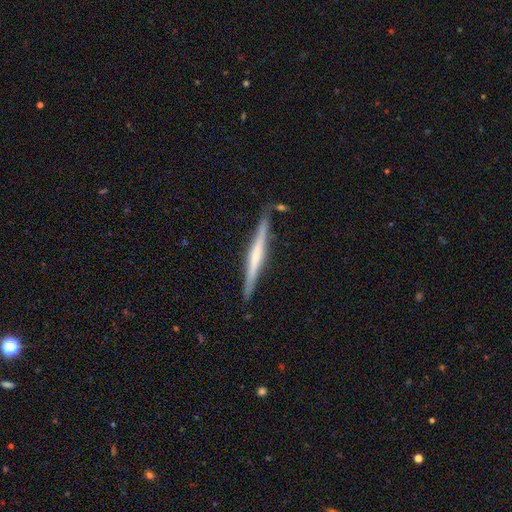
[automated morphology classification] type=featured or disk (64%); edge-on=yes (98%); edge-on bulge=none (48%); merging=none (88%).